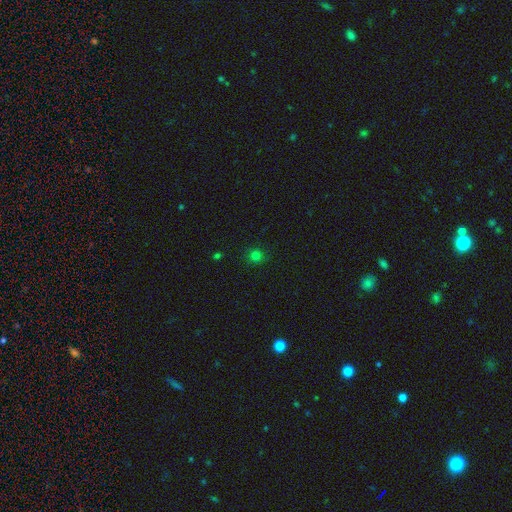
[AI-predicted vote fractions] smooth-or-featured: smooth: 76% | star or artifact: 19% | featured or disk: 5%
  how-rounded: round: 91% | in between: 8% | cigar-shaped: 1%
  merging: none: 89% | minor disturbance: 8% | major disturbance: 2% | merger: 1%